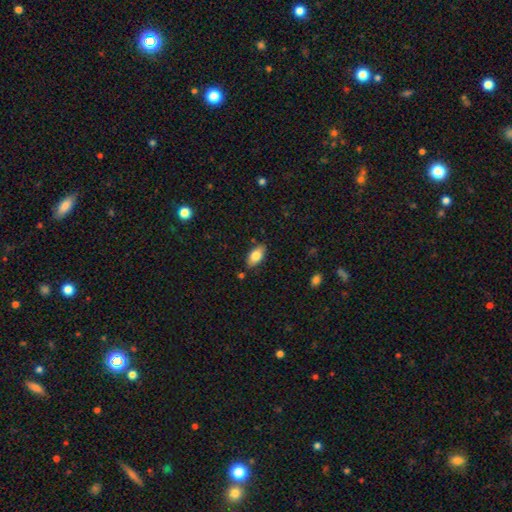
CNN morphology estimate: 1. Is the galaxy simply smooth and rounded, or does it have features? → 80% smooth, 13% featured or disk, 7% star or artifact.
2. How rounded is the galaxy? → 91% in between, 5% cigar-shaped, 3% round.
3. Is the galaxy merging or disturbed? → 82% none, 13% minor disturbance, 3% merger, 2% major disturbance.